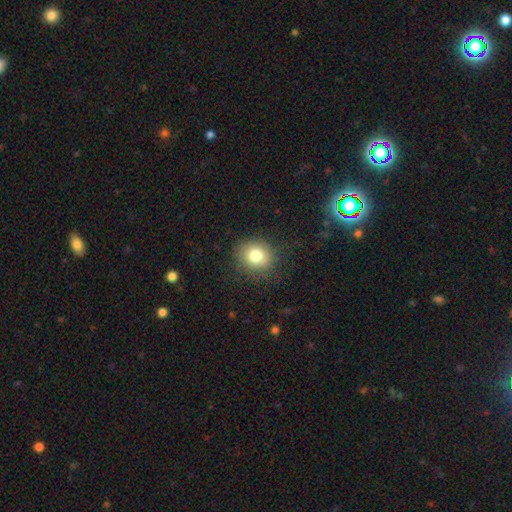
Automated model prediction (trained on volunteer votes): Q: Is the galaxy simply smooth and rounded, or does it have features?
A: smooth — 79%.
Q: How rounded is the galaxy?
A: round — 77%.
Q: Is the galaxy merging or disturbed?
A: none — 84%.